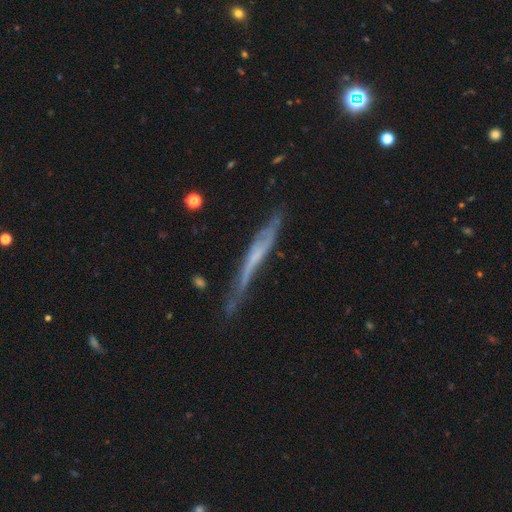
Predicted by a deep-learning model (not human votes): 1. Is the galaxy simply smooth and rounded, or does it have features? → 61% featured or disk, 31% smooth, 8% star or artifact.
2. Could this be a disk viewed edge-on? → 79% yes, 21% no.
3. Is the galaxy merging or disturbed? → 50% none, 31% minor disturbance, 15% major disturbance, 5% merger.